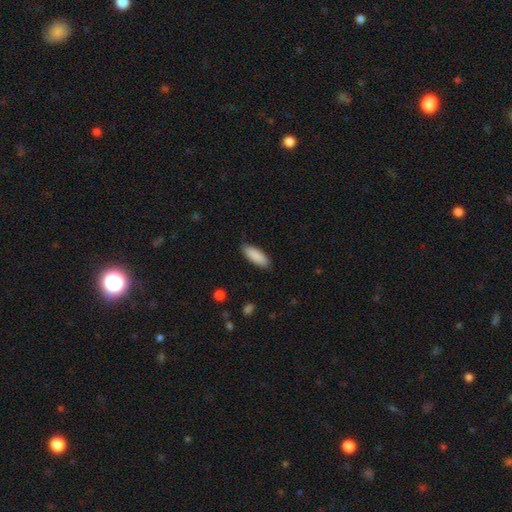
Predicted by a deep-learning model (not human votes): A smooth galaxy with no disk features (90%) that is in between round and cigar-shaped (72%). Merging: none (86%).